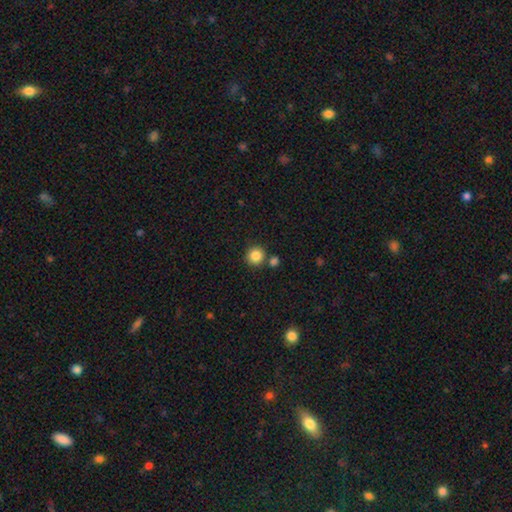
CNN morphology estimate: Smooth or featured: smooth — 86% (star or artifact — 10%)
How rounded: round — 93% (in between — 6%)
Merging: none — 77% (merger — 13%)